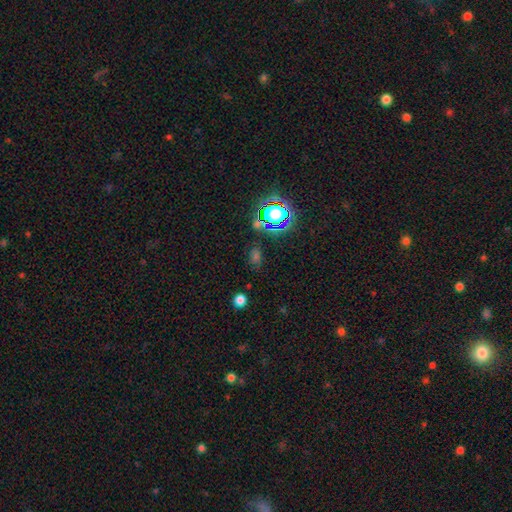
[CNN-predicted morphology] Smooth or featured? Predicted: star or artifact (p=0.48).